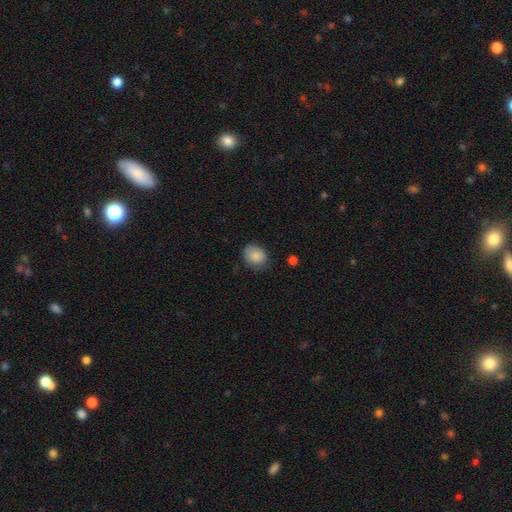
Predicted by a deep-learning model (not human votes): A smooth galaxy with no disk features (84%) that is round (50%). Merging: none (67%).